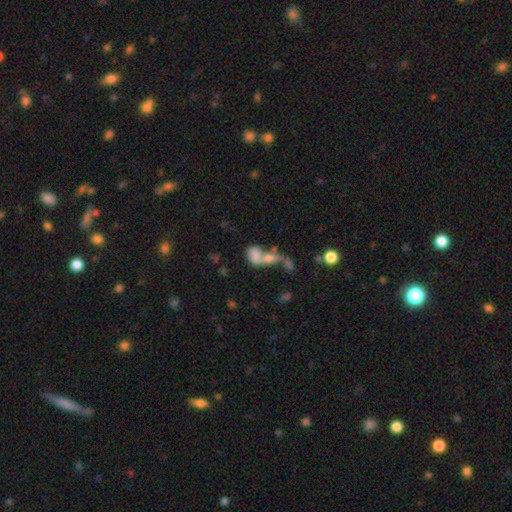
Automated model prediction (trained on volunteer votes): smooth-or-featured: smooth: 62% | featured or disk: 25% | star or artifact: 13%
  how-rounded: in between: 75% | round: 19% | cigar-shaped: 5%
  merging: merger: 69% | none: 15% | major disturbance: 10% | minor disturbance: 7%